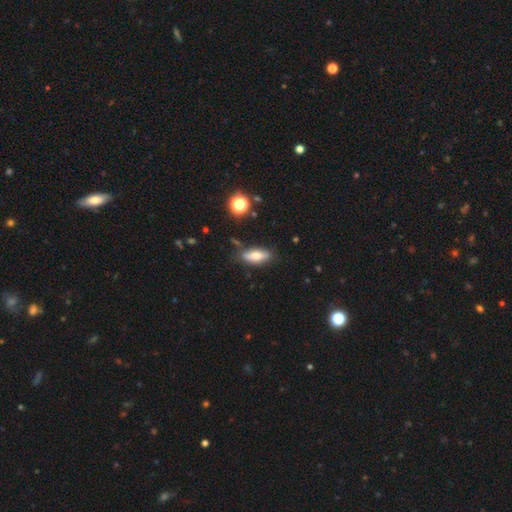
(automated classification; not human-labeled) Morphology: type=smooth (63%); roundness=in between (66%); merging=none (76%).